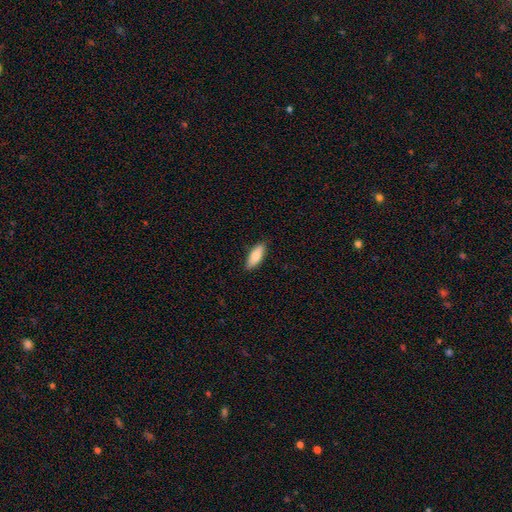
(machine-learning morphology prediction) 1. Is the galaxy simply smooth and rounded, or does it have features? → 83% smooth, 11% featured or disk, 6% star or artifact.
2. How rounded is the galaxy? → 68% in between, 30% cigar-shaped, 2% round.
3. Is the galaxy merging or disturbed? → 88% none, 10% minor disturbance, 2% major disturbance, 1% merger.